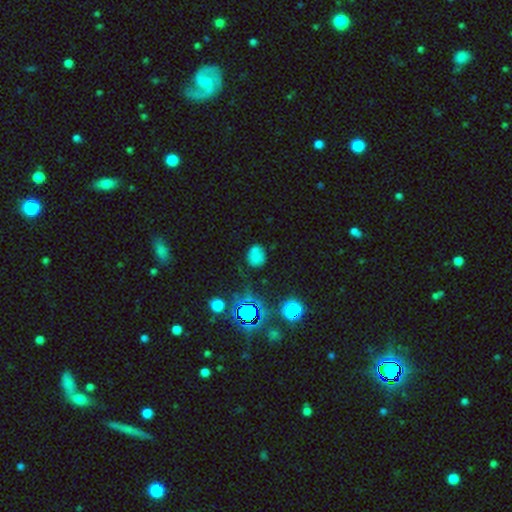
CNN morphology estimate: Smooth or featured: smooth — 64% (star or artifact — 24%)
How rounded: round — 63% (in between — 36%)
Merging: none — 61% (minor disturbance — 22%)